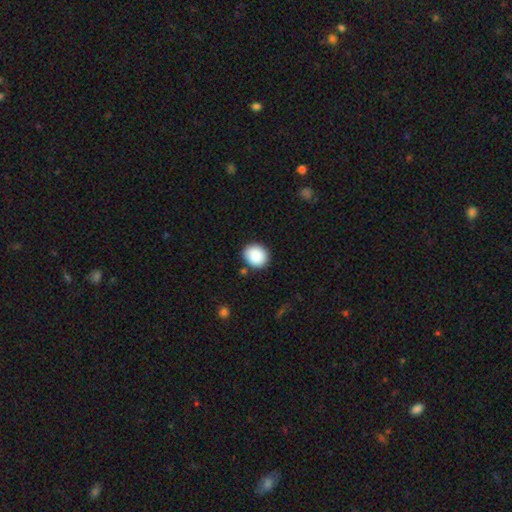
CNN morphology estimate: This appears to be a smooth galaxy with no disk features (89%) that is round (65%). Merging: none (84%).